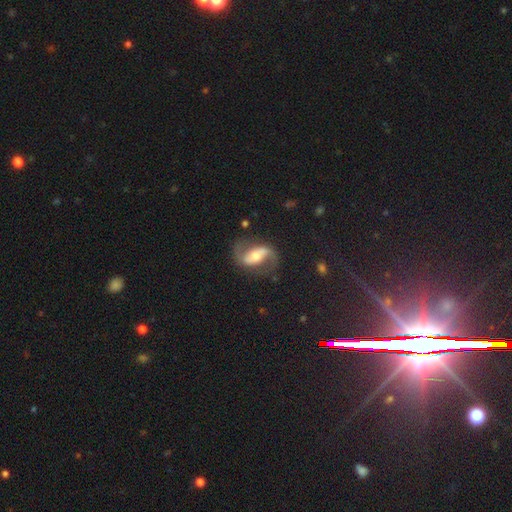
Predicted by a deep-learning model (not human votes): A featured or disk galaxy (83%) with a strong bar (43%), 2 (92%) loose (47%) spiral arms (94%) and a moderate central bulge (60%).

Vote fractions:
- Smooth or featured? featured or disk: 83% / smooth: 11% / star or artifact: 6%
- Edge-on disk? no: 96% / yes: 4%
- Bar? strong: 43% / weak: 32% / no: 25%
- Spiral arms? yes: 94% / no: 6%
- Spiral winding? loose: 47% / medium: 42% / tight: 11%
- Spiral arm count? 2: 92% / can't tell: 3% / 1: 3% / 3: 1% / 4: 1% / more than 4: 1%
- Bulge size? moderate: 60% / small: 25% / large: 11% / none: 2% / dominant: 2%
- Merging? none: 74% / minor disturbance: 14% / major disturbance: 10% / merger: 2%